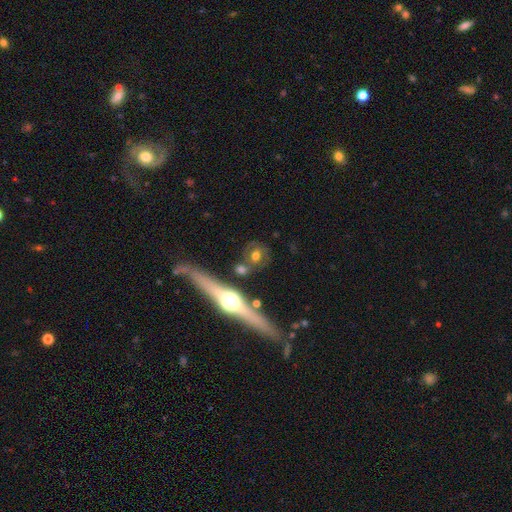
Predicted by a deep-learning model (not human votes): This appears to be a featured or disk galaxy (50%). Merging: none (71%).